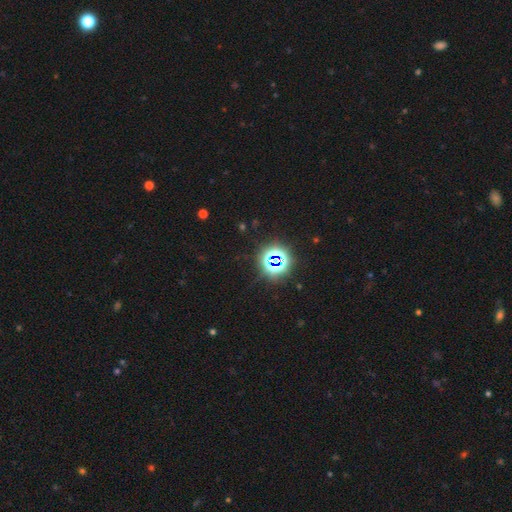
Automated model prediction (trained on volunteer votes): Smooth or featured?
  - star or artifact: 82% *
  - smooth: 12%
  - featured or disk: 6%